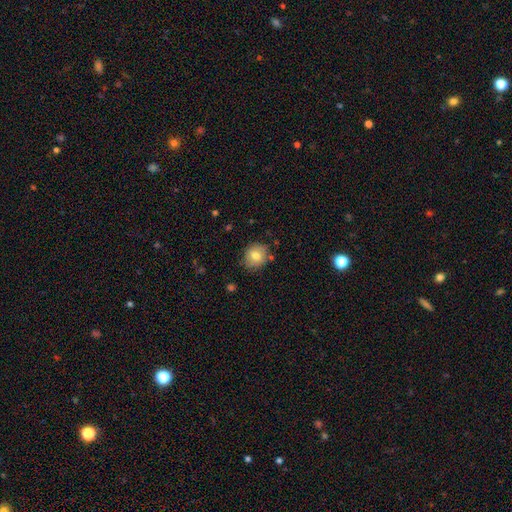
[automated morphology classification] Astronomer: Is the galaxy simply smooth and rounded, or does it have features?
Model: smooth — 76%.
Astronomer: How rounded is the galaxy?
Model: round — 80%.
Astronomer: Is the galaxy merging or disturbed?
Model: none — 82%.